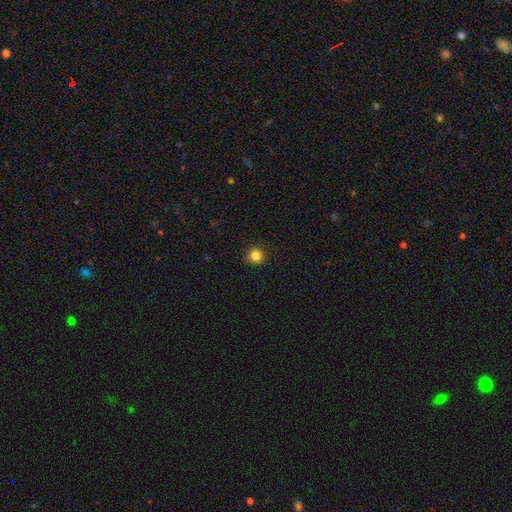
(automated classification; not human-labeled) Overall: smooth (83%). How rounded: round (92%). Merging: none (86%).